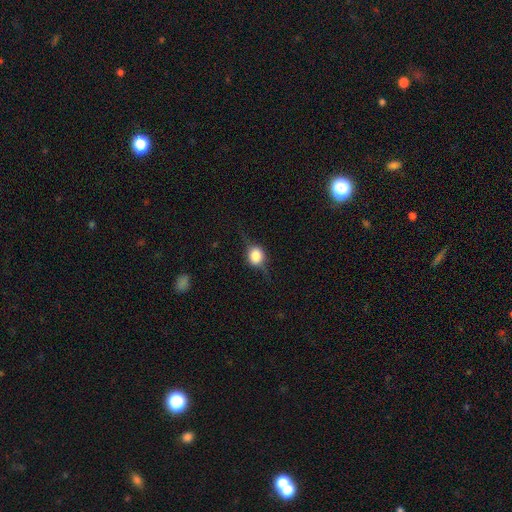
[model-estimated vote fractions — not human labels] This appears to be a smooth galaxy with no disk features (51%) that is round (69%). Merging: none (68%).